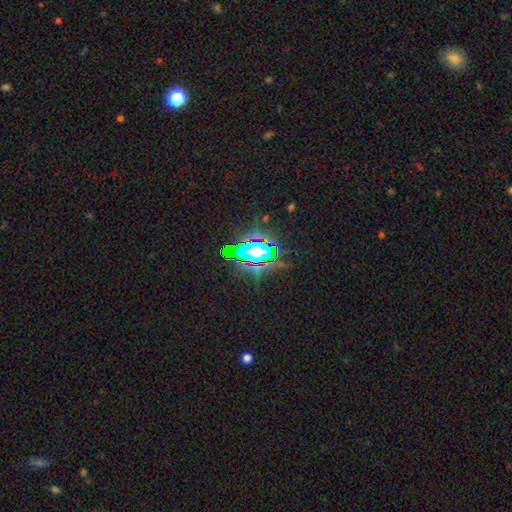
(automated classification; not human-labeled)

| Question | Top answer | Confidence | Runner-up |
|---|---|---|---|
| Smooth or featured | star or artifact | 61% | smooth (23%) |